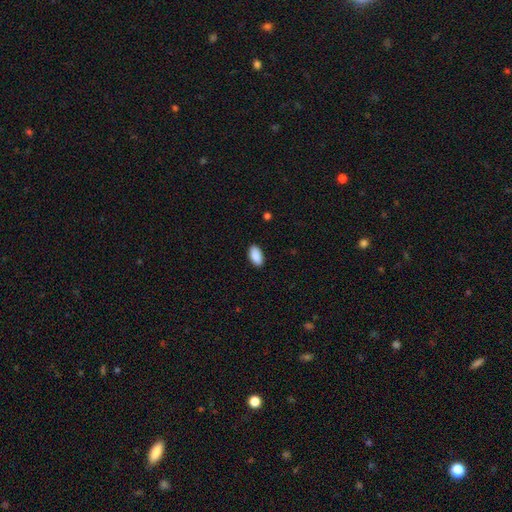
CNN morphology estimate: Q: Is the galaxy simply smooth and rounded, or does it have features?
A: smooth — 91%.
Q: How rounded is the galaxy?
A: in between — 95%.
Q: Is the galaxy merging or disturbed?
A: none — 89%.